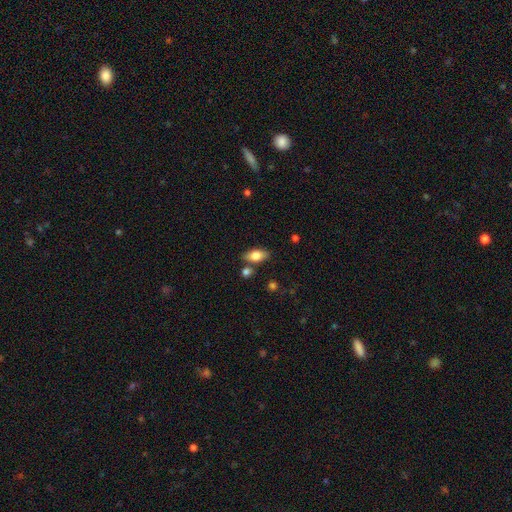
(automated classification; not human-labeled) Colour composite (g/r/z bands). It shows a smooth galaxy with no disk features (76%) that is in between round and cigar-shaped (86%). Merging: none (78%).